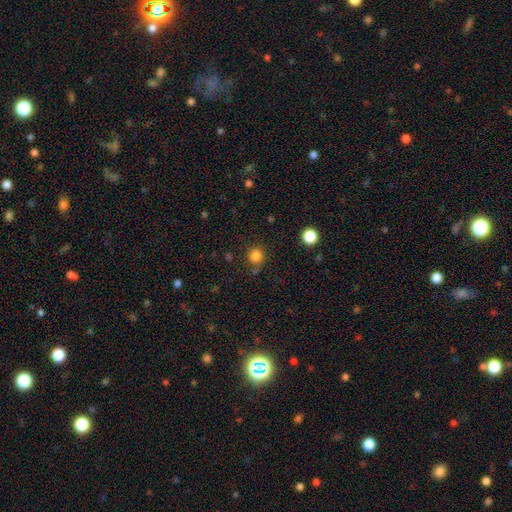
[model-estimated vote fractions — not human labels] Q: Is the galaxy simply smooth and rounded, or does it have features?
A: smooth — 83%.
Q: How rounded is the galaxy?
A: round — 92%.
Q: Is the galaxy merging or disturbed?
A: none — 80%.